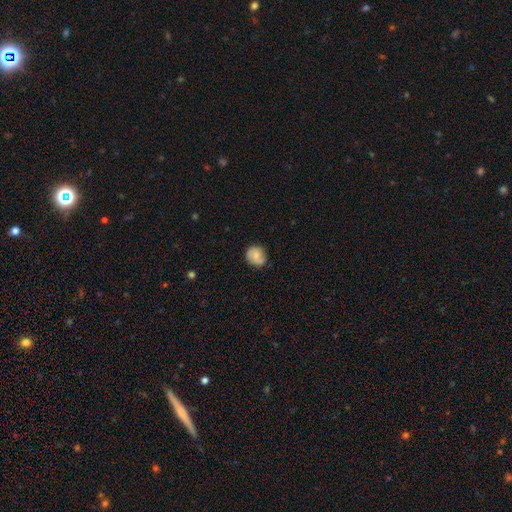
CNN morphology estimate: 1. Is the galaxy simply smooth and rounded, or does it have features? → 65% smooth, 27% featured or disk, 8% star or artifact.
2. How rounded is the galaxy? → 80% round, 19% in between, 1% cigar-shaped.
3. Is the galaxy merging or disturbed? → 73% none, 21% minor disturbance, 4% major disturbance, 2% merger.